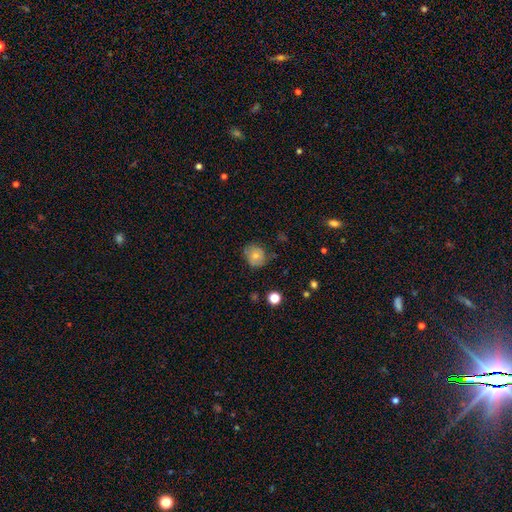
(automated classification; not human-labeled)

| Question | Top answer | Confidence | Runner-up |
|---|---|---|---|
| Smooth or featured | smooth | 71% | featured or disk (20%) |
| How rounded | round | 75% | in between (24%) |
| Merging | none | 67% | minor disturbance (25%) |